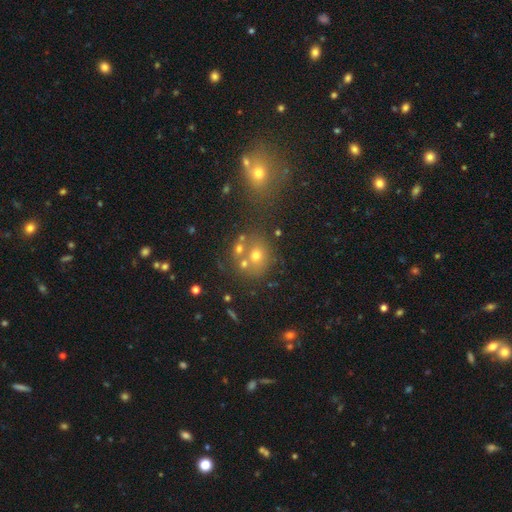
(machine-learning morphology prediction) The model was most divided on "merging": none: 52%, merger: 32%, minor disturbance: 11%, major disturbance: 6%. More confident: how rounded — round (77%); smooth or featured — smooth (61%).